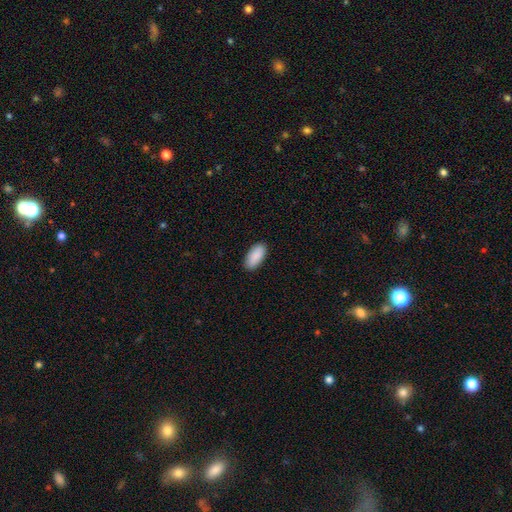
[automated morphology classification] Smooth or featured? Predicted: smooth (p=0.91). How rounded? Predicted: in between (p=0.92). Merging? Predicted: none (p=0.89).